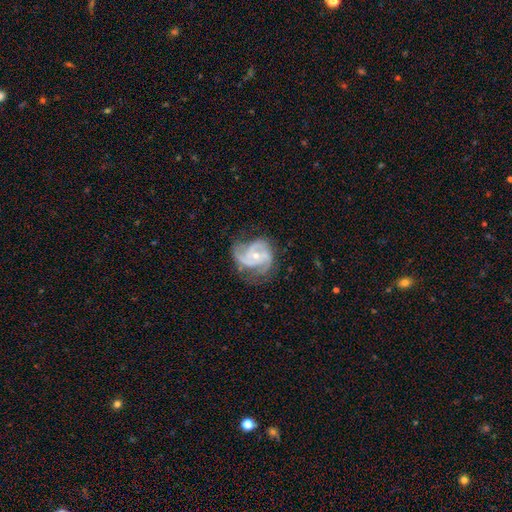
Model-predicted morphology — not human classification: Smooth or featured? featured or disk (89%)
Edge-on disk? no (98%)
Bar? no (64%)
Spiral arms? yes (97%)
Spiral winding? medium (48%)
Spiral arm count? 3 (55%)
Bulge size? small (58%)
Merging? none (57%)